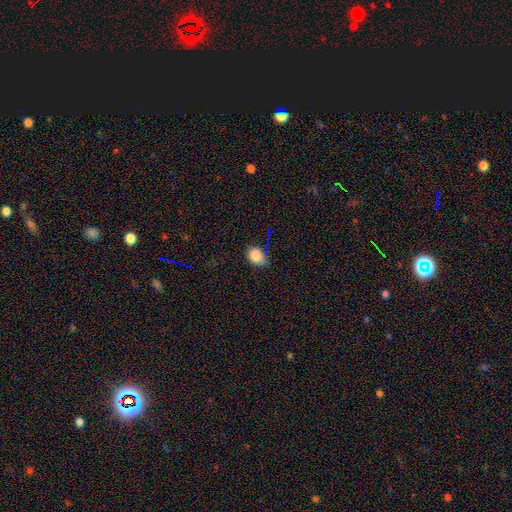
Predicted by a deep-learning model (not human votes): The model was most divided on "how rounded": in between: 64%, round: 35%, cigar-shaped: 1%. More confident: smooth or featured — smooth (83%); merging — none (68%).